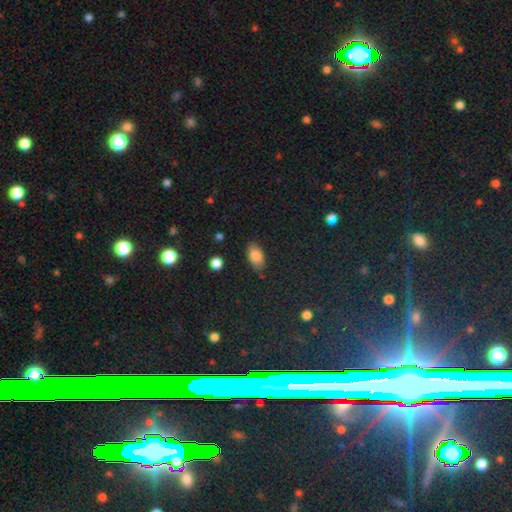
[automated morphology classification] A smooth galaxy with no disk features (83%) that is in between round and cigar-shaped (91%).

Vote fractions:
- Smooth or featured? smooth: 83% / star or artifact: 9% / featured or disk: 8%
- How rounded? in between: 91% / round: 5% / cigar-shaped: 4%
- Merging? none: 82% / minor disturbance: 13% / major disturbance: 3% / merger: 2%